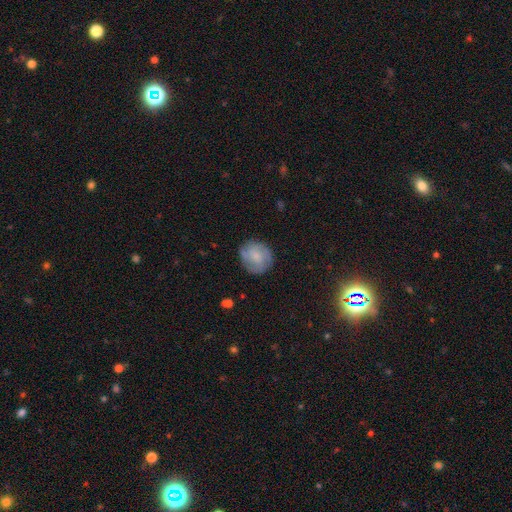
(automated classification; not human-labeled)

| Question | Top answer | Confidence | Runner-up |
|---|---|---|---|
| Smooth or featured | smooth | 49% | featured or disk (43%) |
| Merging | none | 76% | minor disturbance (17%) |